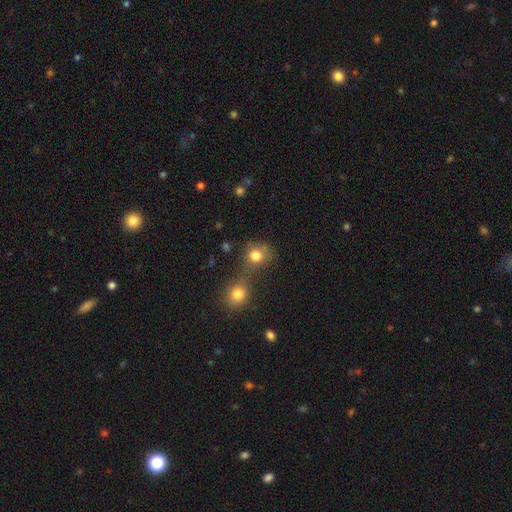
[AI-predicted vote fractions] This appears to be a smooth galaxy with no disk features (79%) that is round (80%). Merging: merger (44%).